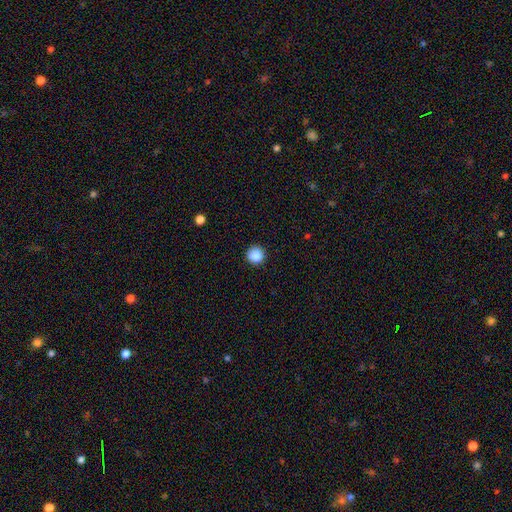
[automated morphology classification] type=smooth (87%); roundness=round (95%); merging=none (91%).